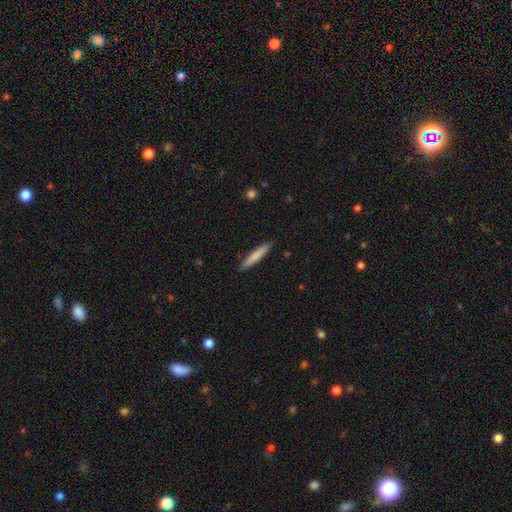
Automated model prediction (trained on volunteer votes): Smooth or featured? smooth (77%)
How rounded? cigar-shaped (93%)
Merging? none (90%)